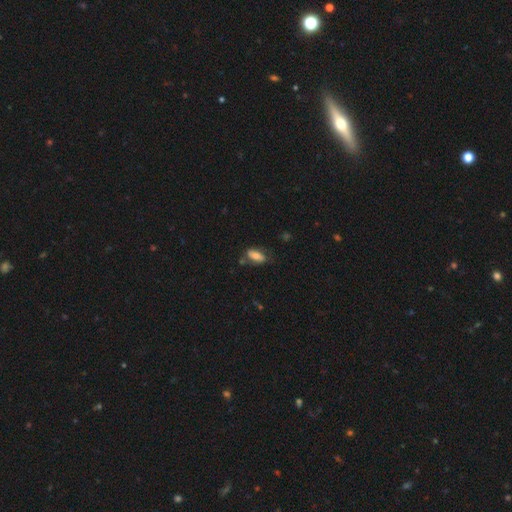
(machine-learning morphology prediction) A smooth galaxy with no disk features (66%) that is in between round and cigar-shaped (86%). Merging: none (57%).